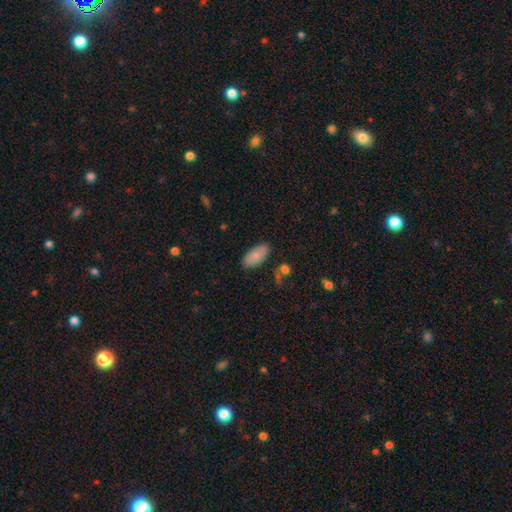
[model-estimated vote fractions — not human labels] Smooth or featured: smooth — 78% (featured or disk — 15%)
How rounded: in between — 92% (cigar-shaped — 5%)
Merging: none — 83% (minor disturbance — 12%)